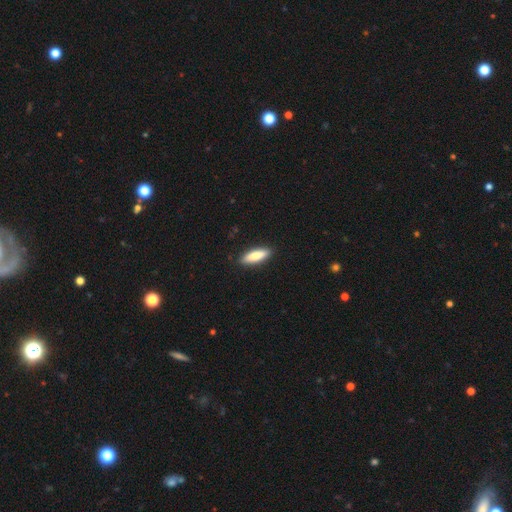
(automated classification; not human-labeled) Smooth or featured? Predicted: smooth (p=0.80). How rounded? Predicted: cigar-shaped (p=0.49, tied with in between). Merging? Predicted: none (p=0.90).